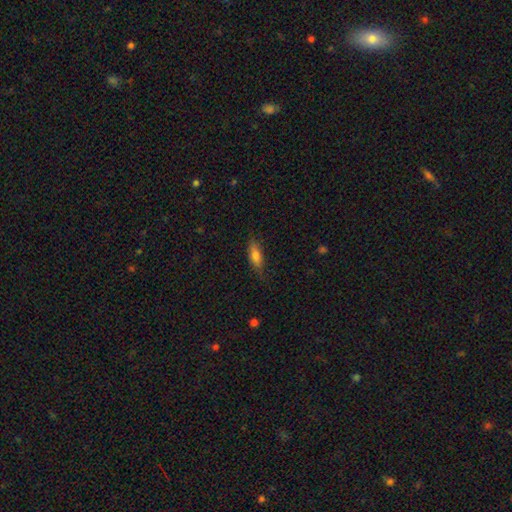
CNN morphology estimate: Smooth or featured?
  - smooth: 71% *
  - featured or disk: 22%
  - star or artifact: 7%
How rounded?
  - in between: 56% *
  - cigar-shaped: 41%
  - round: 3%
Merging?
  - none: 77% *
  - minor disturbance: 18%
  - major disturbance: 4%
  - merger: 1%